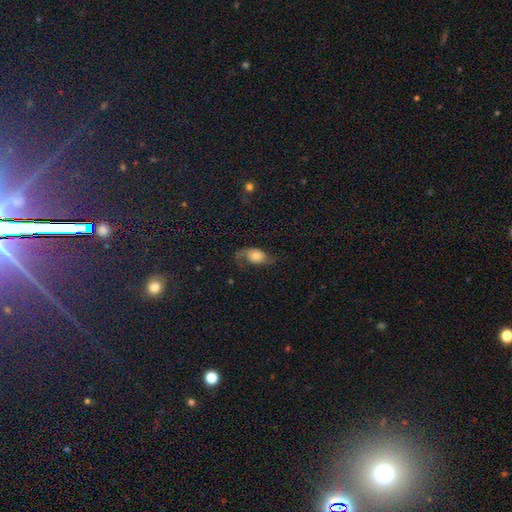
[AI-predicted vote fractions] This appears to be a featured or disk galaxy (53%). Merging: none (56%).